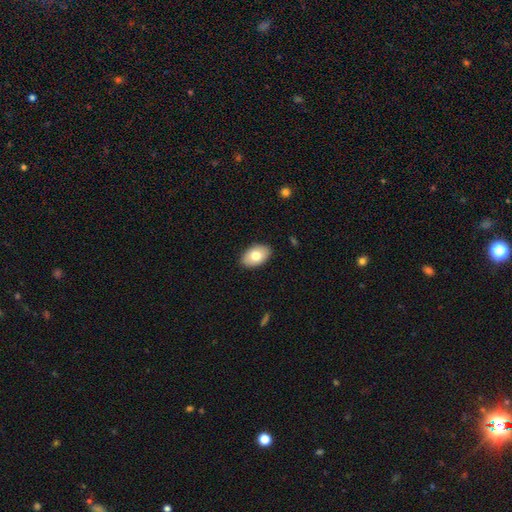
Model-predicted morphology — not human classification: Smooth or featured? smooth (76%)
How rounded? in between (91%)
Merging? none (88%)